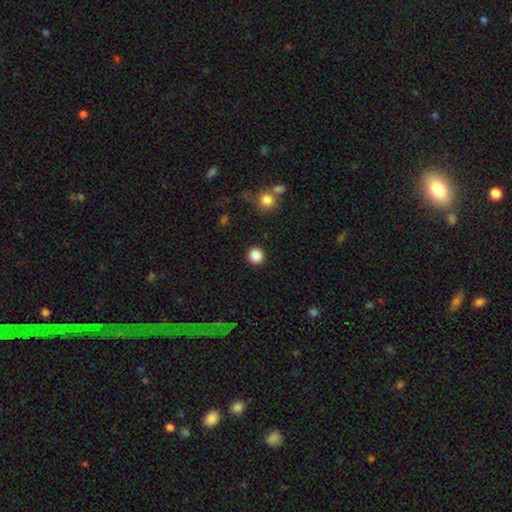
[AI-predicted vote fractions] smooth 86%, star or artifact 10%, featured or disk 4%. Down the decision tree: how rounded — round (95%); merging — none (92%).